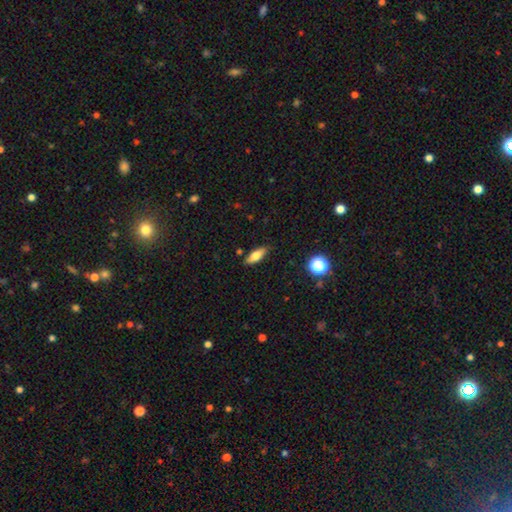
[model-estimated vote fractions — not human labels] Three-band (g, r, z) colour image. It shows a smooth galaxy with no disk features (67%) that is in between round and cigar-shaped (62%). Merging: none (84%).